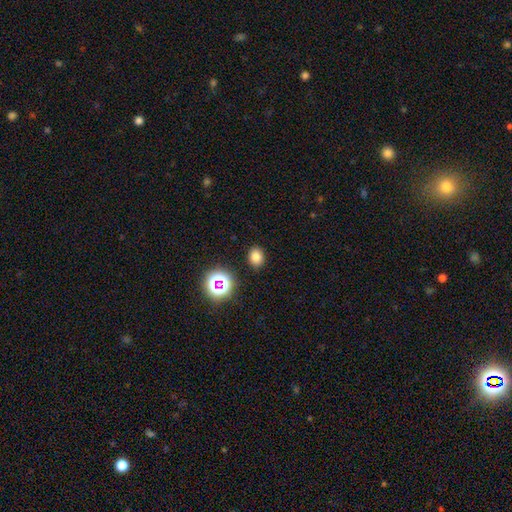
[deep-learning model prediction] Overall: smooth (77%). How rounded: in between (51%; round 48%). Merging: none (88%).